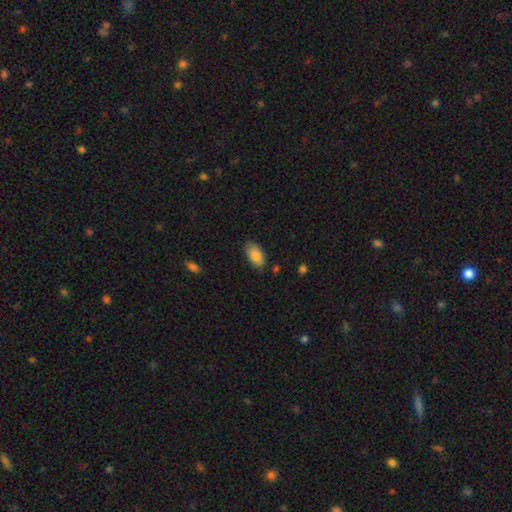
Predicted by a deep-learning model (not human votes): A smooth galaxy with no disk features (85%) that is in between round and cigar-shaped (94%). Merging: none (78%).